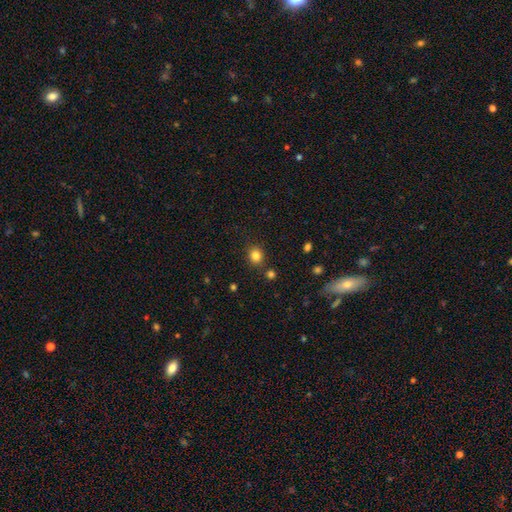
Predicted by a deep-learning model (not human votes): A smooth galaxy with no disk features (83%) that is round (75%).

Vote fractions:
- Smooth or featured? smooth: 83% / star or artifact: 12% / featured or disk: 5%
- How rounded? round: 75% / in between: 24% / cigar-shaped: 1%
- Merging? none: 83% / minor disturbance: 9% / merger: 5% / major disturbance: 3%